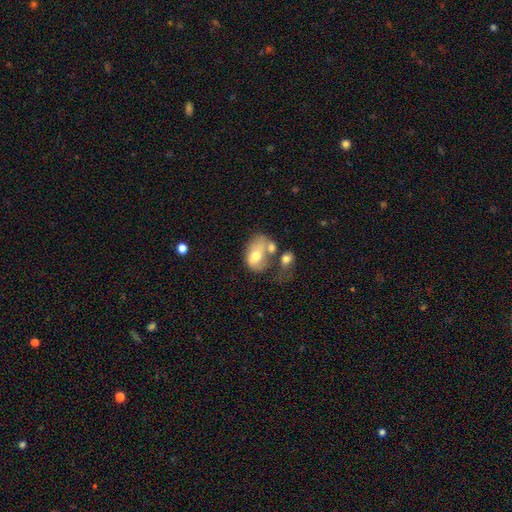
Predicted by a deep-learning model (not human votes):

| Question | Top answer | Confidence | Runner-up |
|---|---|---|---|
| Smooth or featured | smooth | 58% | featured or disk (34%) |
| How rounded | in between | 78% | round (21%) |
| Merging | merger | 38% | major disturbance (23%) |